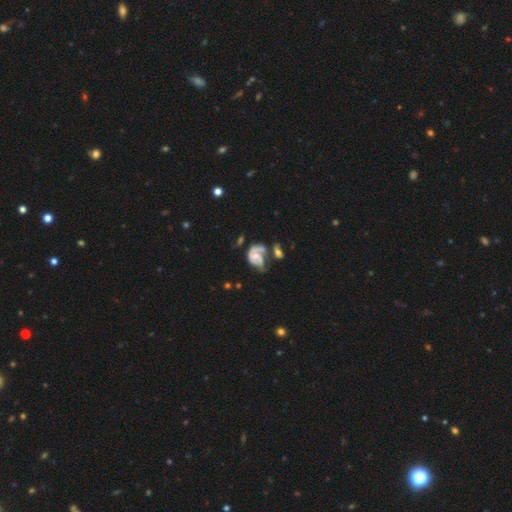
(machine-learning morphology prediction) Smooth or featured? Predicted: featured or disk (p=0.71). Edge-on disk? Predicted: no (p=0.97). Bar? Predicted: no (p=0.71). Spiral arms? Predicted: yes (p=0.80). Spiral winding? Predicted: tight (p=0.44). Spiral arm count? Predicted: 2 (p=0.44). Bulge size? Predicted: moderate (p=0.53). Merging? Predicted: merger (p=0.31).